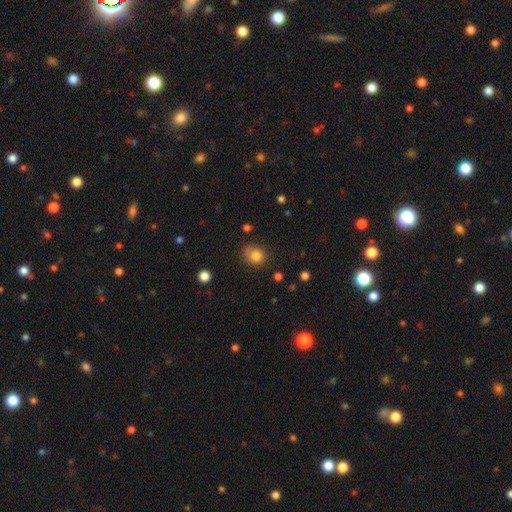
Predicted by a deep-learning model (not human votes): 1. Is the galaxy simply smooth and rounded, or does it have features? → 82% smooth, 11% star or artifact, 7% featured or disk.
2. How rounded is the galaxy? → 70% round, 30% in between, 1% cigar-shaped.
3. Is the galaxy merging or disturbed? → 67% none, 23% minor disturbance, 6% major disturbance, 3% merger.